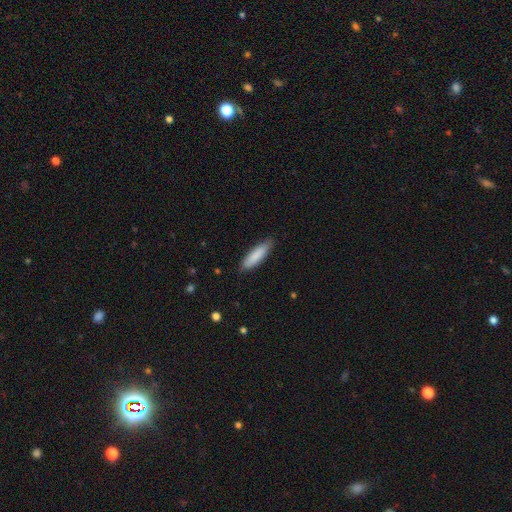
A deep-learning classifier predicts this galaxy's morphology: This appears to be a smooth galaxy with no disk features (86%) that is cigar-shaped (65%). Merging: none (85%).